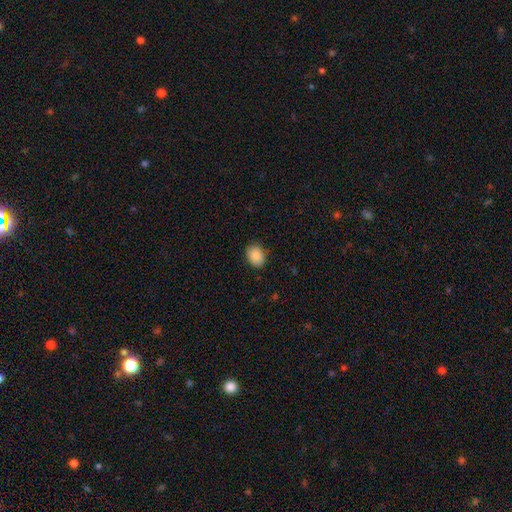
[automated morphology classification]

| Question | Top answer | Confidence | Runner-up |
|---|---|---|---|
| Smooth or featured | smooth | 88% | star or artifact (8%) |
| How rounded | in between | 64% | round (35%) |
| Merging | none | 86% | minor disturbance (11%) |